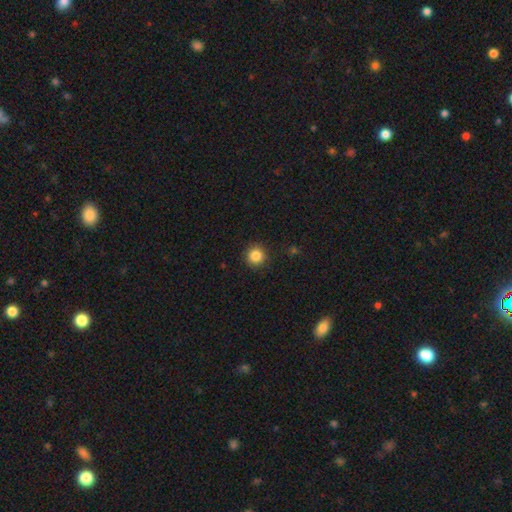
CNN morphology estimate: Smooth or featured? smooth (85%)
How rounded? round (94%)
Merging? none (91%)